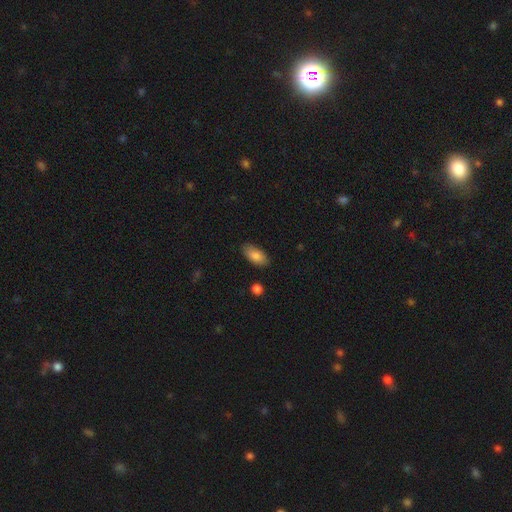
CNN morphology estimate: smooth_or_featured: smooth (p=0.84) [alt: featured or disk p=0.09]
how_rounded: in between (p=0.91) [alt: cigar-shaped p=0.06]
merging: none (p=0.84) [alt: minor disturbance p=0.12]